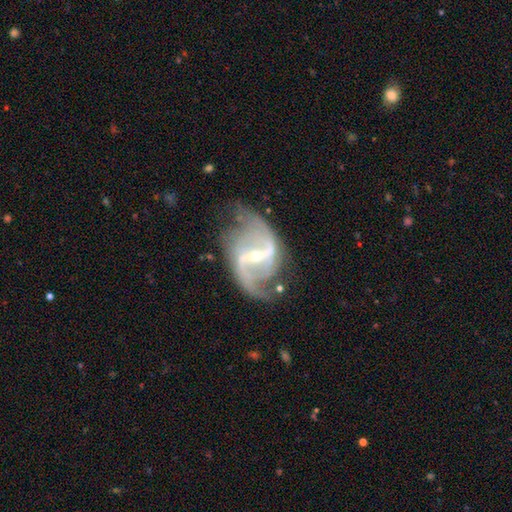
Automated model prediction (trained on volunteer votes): A featured or disk galaxy (91%) with a strong bar (61%), 2 (91%) loose (57%) spiral arms (96%) and a small central bulge (76%). Merging: none (67%).